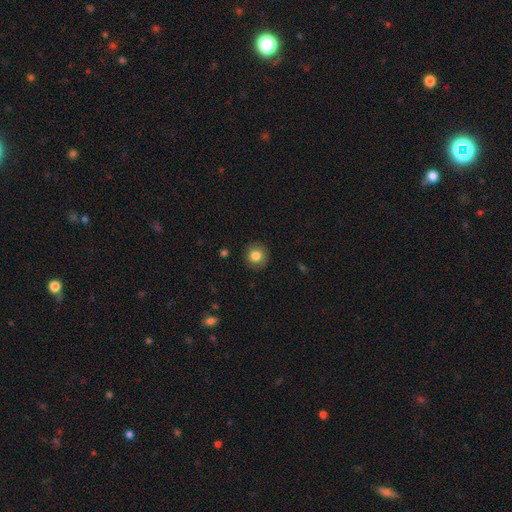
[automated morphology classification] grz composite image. It shows a smooth galaxy with no disk features (83%) that is round (91%). Merging: none (90%).